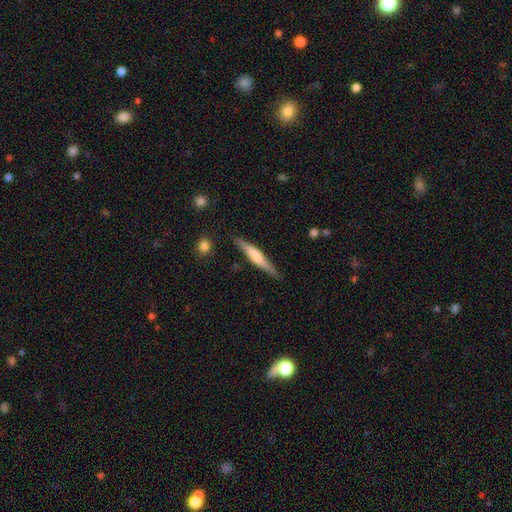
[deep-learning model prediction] Smooth or featured?
  - featured or disk: 54% *
  - smooth: 40%
  - star or artifact: 6%
Edge-on disk?
  - yes: 96% *
  - no: 4%
Edge-on bulge?
  - rounded: 58% *
  - boxy: 27%
  - none: 15%
Merging?
  - none: 86% *
  - minor disturbance: 10%
  - major disturbance: 2%
  - merger: 2%